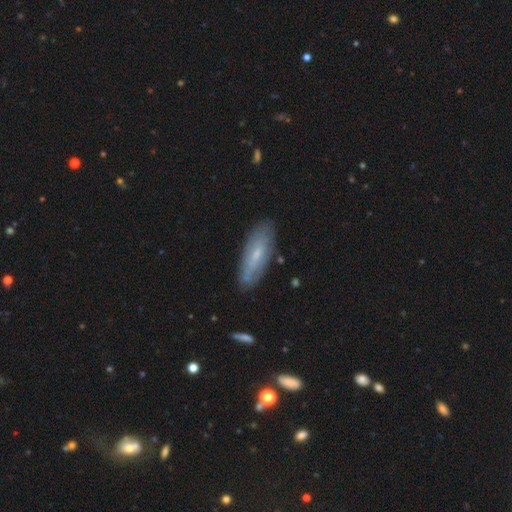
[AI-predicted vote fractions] This is possibly a smooth galaxy (49%). Merging: clearly none (81%).